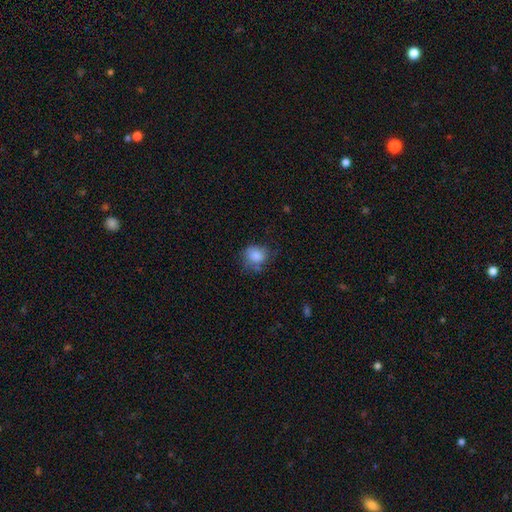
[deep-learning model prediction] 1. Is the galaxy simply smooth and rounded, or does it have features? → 82% smooth, 9% star or artifact, 9% featured or disk.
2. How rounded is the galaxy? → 64% round, 35% in between, 1% cigar-shaped.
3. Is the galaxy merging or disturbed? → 53% none, 31% minor disturbance, 13% major disturbance, 3% merger.